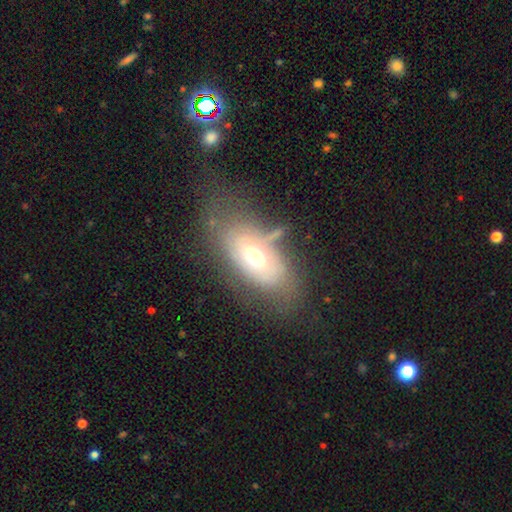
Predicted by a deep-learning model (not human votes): Smooth or featured?
  - featured or disk: 52% *
  - smooth: 39%
  - star or artifact: 9%
Edge-on disk?
  - no: 83% *
  - yes: 17%
Merging?
  - none: 50% *
  - minor disturbance: 25%
  - major disturbance: 18%
  - merger: 6%